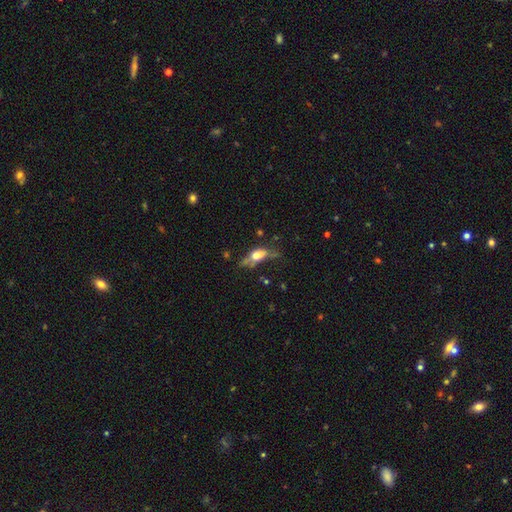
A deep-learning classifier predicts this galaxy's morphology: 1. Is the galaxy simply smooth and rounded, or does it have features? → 54% smooth, 36% featured or disk, 10% star or artifact.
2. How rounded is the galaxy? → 67% in between, 27% cigar-shaped, 6% round.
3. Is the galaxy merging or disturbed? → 36% none, 28% minor disturbance, 27% major disturbance, 10% merger.